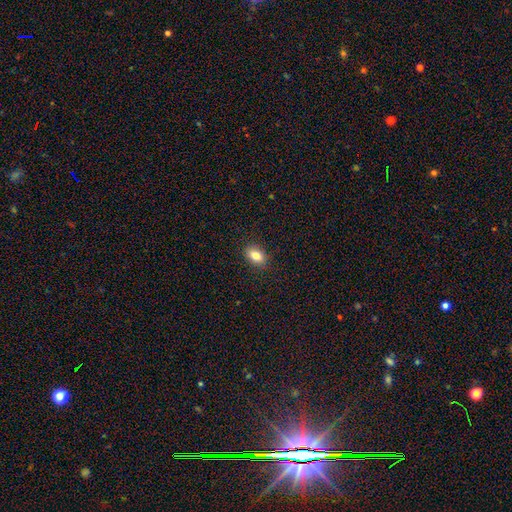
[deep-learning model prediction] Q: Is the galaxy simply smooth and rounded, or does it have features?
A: smooth — 82%.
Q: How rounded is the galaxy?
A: in between — 84%.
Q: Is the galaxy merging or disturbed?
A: none — 88%.